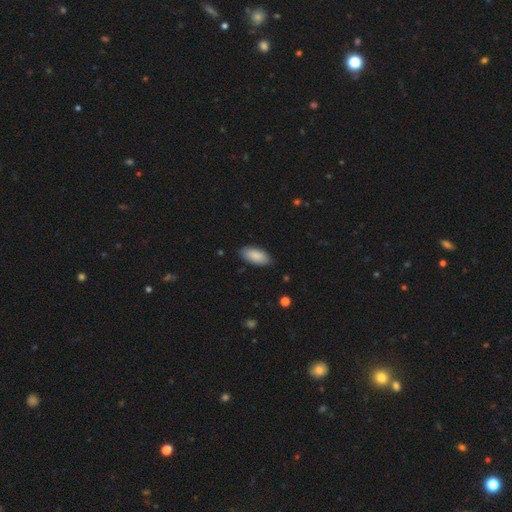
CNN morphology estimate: Smooth or featured? smooth (88%)
How rounded? in between (91%)
Merging? none (86%)